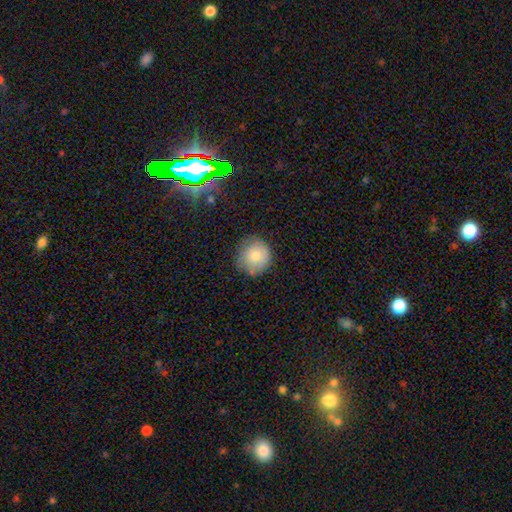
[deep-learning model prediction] This is likely a smooth galaxy (79%). How rounded: clearly round (91%). Merging: likely none (76%).